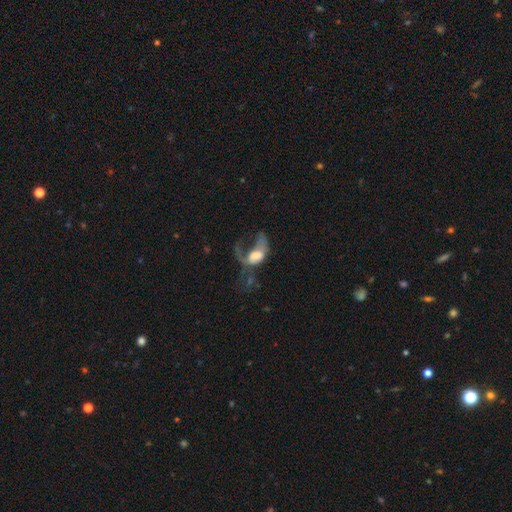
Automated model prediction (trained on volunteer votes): Morphology: type=featured or disk (47%); merging=major disturbance (68%).